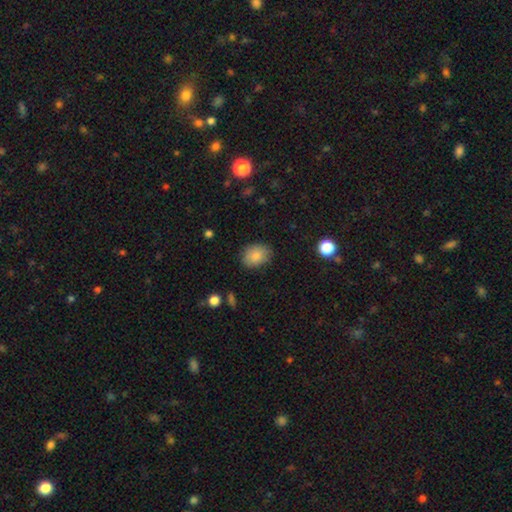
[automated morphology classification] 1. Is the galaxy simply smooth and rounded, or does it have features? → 83% smooth, 9% featured or disk, 8% star or artifact.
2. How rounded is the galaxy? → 65% in between, 34% round, 1% cigar-shaped.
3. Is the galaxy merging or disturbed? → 81% none, 14% minor disturbance, 3% major disturbance, 1% merger.